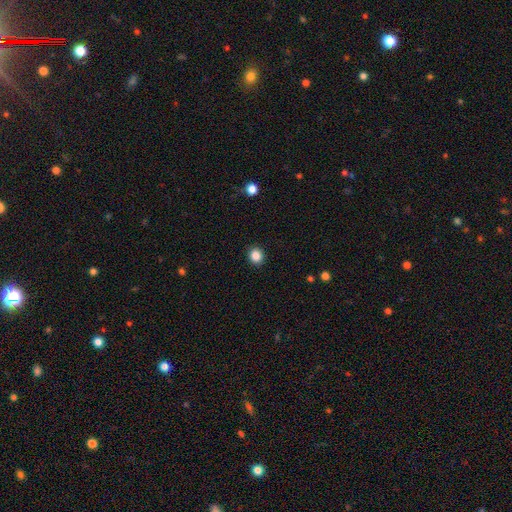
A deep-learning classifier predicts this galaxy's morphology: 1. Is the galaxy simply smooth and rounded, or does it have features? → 87% smooth, 10% star or artifact, 3% featured or disk.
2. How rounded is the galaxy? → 81% round, 18% in between, 1% cigar-shaped.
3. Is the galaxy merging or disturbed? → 92% none, 5% minor disturbance, 2% major disturbance, 1% merger.